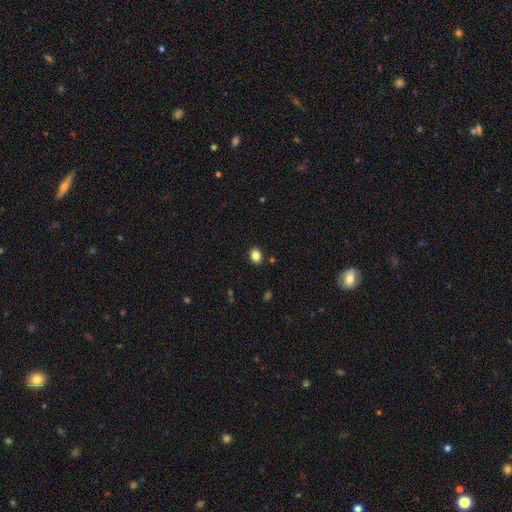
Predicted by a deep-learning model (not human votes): smooth-or-featured: smooth: 85% | star or artifact: 11% | featured or disk: 5%
  how-rounded: in between: 58% | round: 41% | cigar-shaped: 1%
  merging: none: 89% | minor disturbance: 8% | major disturbance: 2% | merger: 2%